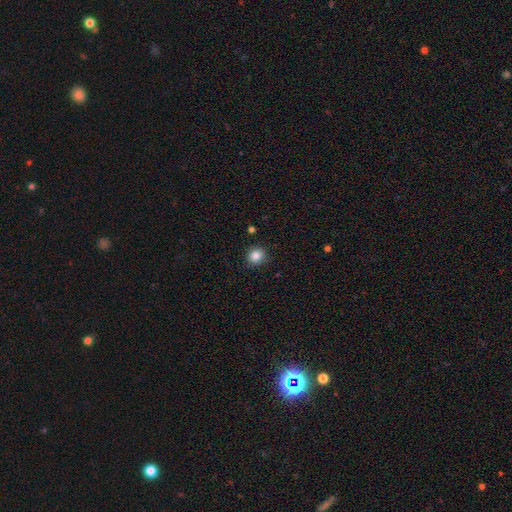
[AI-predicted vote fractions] Q: Smooth or featured?
A: smooth (85%); runner-up: star or artifact (10%)
Q: How rounded?
A: round (85%); runner-up: in between (14%)
Q: Merging?
A: none (88%); runner-up: minor disturbance (8%)